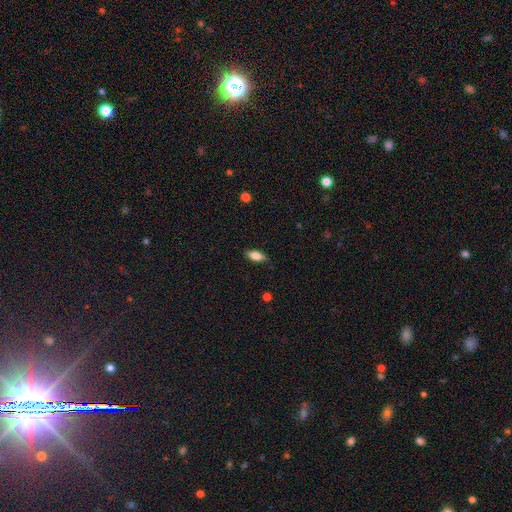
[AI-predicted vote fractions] Smooth or featured: smooth — 78% (featured or disk — 15%)
How rounded: in between — 84% (cigar-shaped — 12%)
Merging: none — 85% (minor disturbance — 12%)